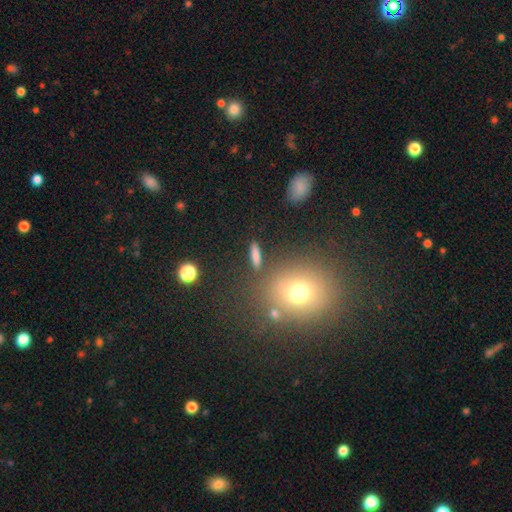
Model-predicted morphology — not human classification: smooth 77%, star or artifact 12%, featured or disk 11%. Down the decision tree: how rounded — cigar-shaped (67%); merging — none (83%).